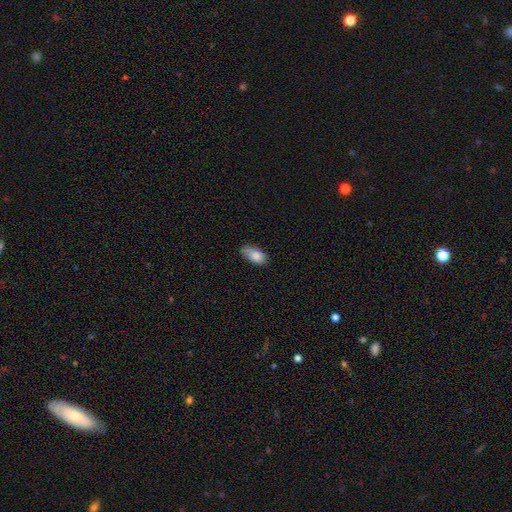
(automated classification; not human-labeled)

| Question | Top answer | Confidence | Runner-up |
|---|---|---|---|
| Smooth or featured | smooth | 84% | featured or disk (9%) |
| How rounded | in between | 92% | cigar-shaped (4%) |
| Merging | none | 59% | minor disturbance (32%) |